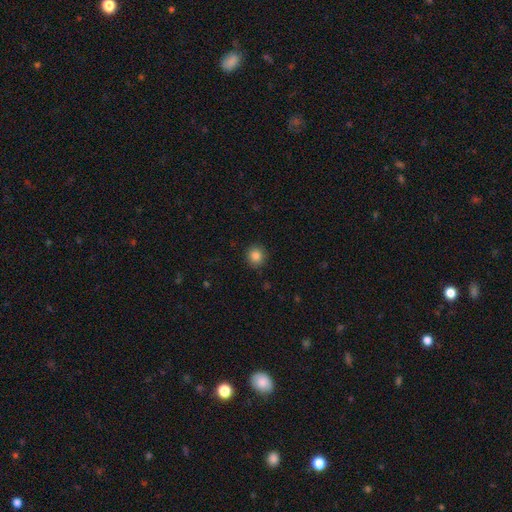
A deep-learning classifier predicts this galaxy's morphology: Smooth or featured? Predicted: smooth (p=0.84). How rounded? Predicted: round (p=0.91). Merging? Predicted: none (p=0.91).